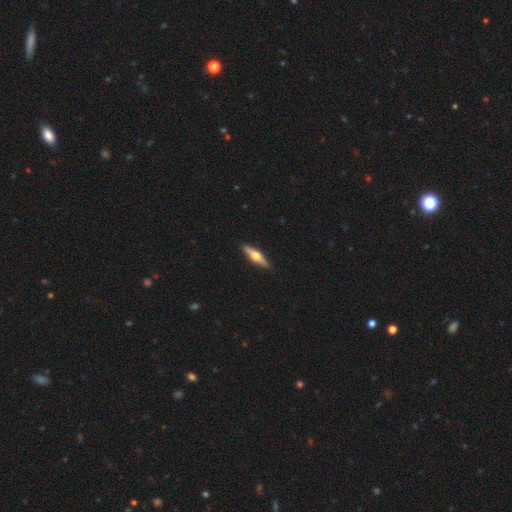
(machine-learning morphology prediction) smooth-or-featured: featured or disk: 65% | smooth: 30% | star or artifact: 5%
  disk-edge-on: yes: 96% | no: 4%
    edge-on-bulge: rounded: 95% | boxy: 3% | none: 2%
  merging: none: 91% | minor disturbance: 7% | major disturbance: 1% | merger: 1%